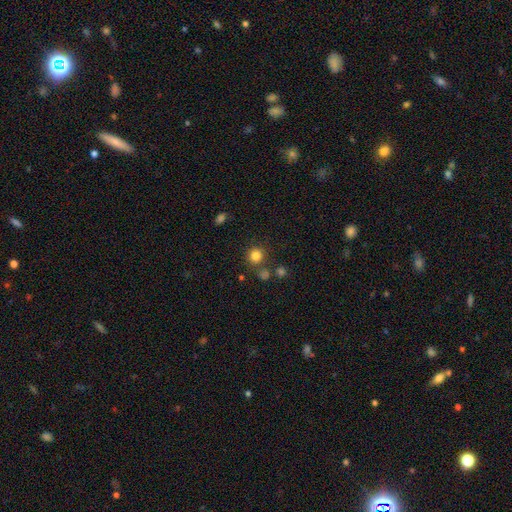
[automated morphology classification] This appears to be a smooth galaxy with no disk features (81%) that is round (92%). Merging: none (80%).